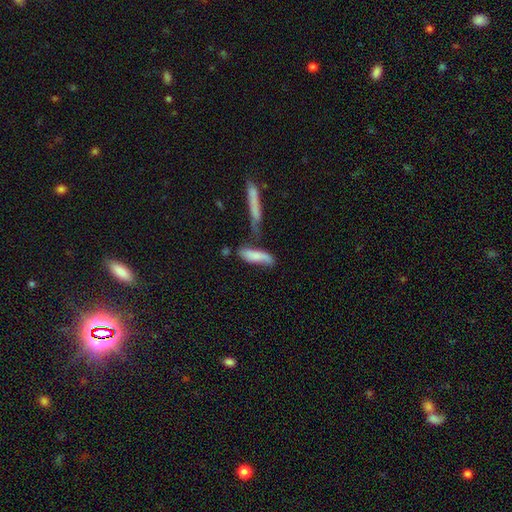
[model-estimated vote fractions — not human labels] A smooth galaxy with no disk features (69%) that is cigar-shaped (60%). Merging: none (37%).